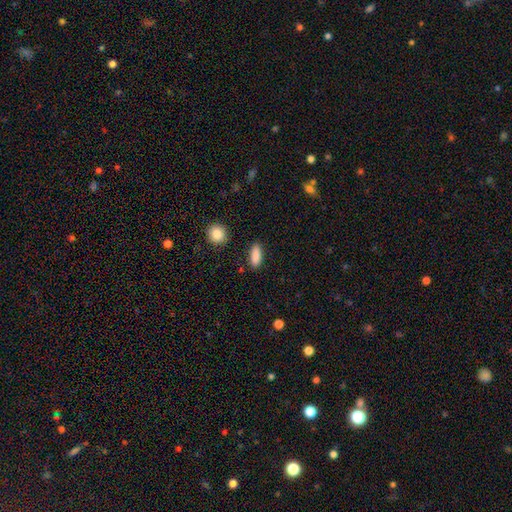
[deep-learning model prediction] This appears to be a smooth galaxy with no disk features (88%) that is in between round and cigar-shaped (68%). Merging: none (87%).